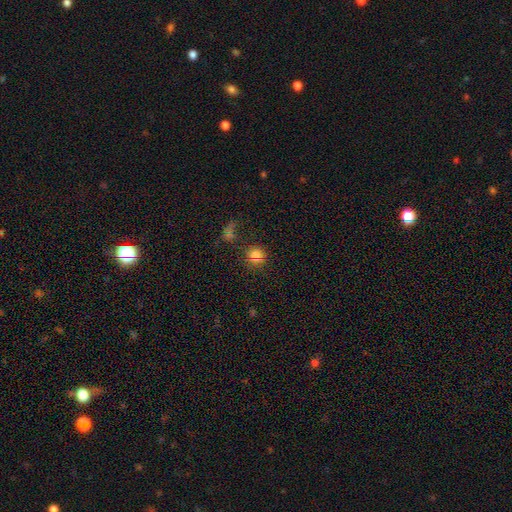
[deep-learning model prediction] A smooth galaxy with no disk features (70%) that is round (88%). Merging: none (80%).